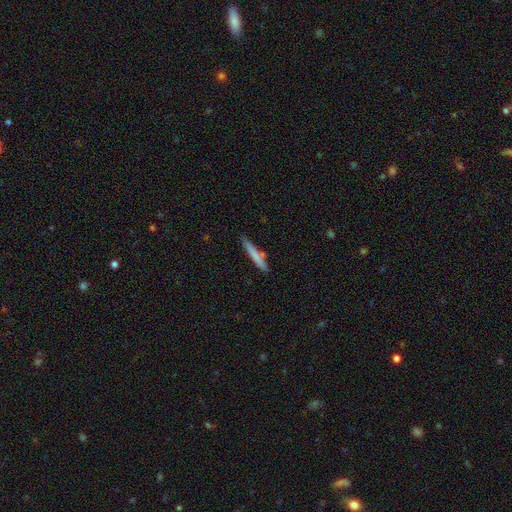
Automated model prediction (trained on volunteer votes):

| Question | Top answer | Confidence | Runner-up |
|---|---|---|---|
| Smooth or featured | smooth | 72% | featured or disk (22%) |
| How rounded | cigar-shaped | 95% | in between (4%) |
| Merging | none | 81% | minor disturbance (12%) |